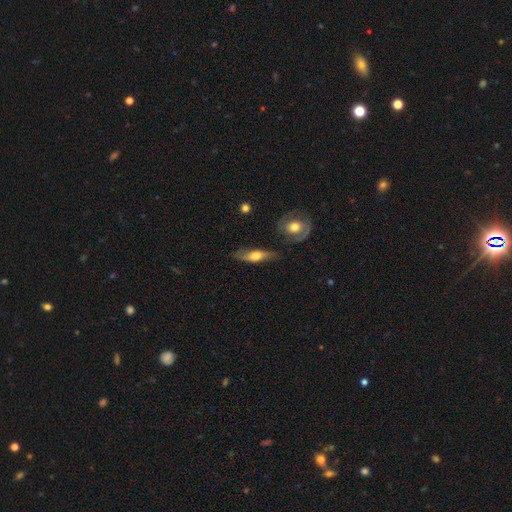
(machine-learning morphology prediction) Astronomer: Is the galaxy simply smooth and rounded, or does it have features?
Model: smooth — 49% (runner-up: featured or disk, 45%).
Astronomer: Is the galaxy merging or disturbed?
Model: none — 72%.